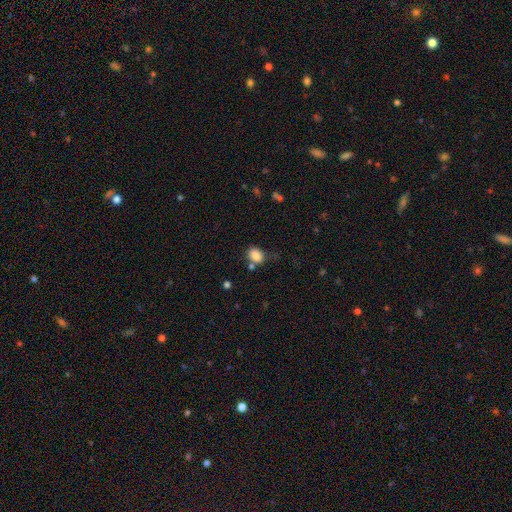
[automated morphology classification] This appears to be a smooth galaxy with no disk features (84%) that is in between round and cigar-shaped (68%). Merging: none (56%).